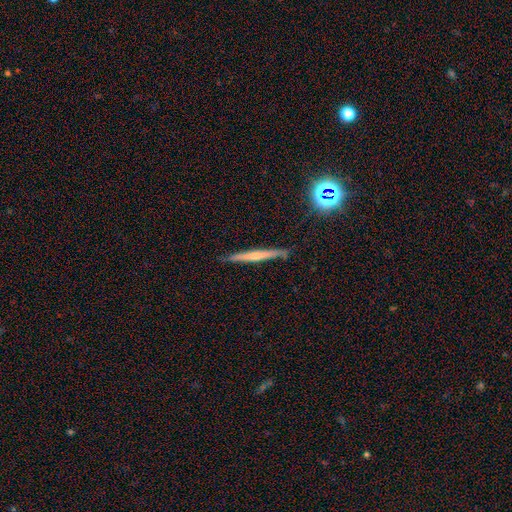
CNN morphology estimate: Smooth or featured? featured or disk (51%)
Edge-on disk? yes (96%)
Merging? none (87%)